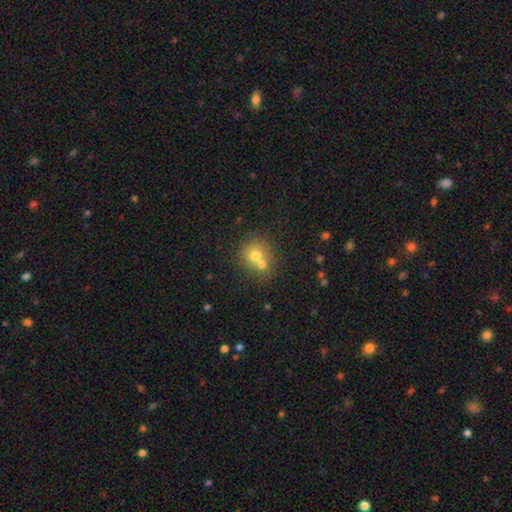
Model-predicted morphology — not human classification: smooth_or_featured: smooth (p=0.69) [alt: featured or disk p=0.18]
how_rounded: round (p=0.85) [alt: in between p=0.14]
merging: merger (p=0.46) [alt: none p=0.43]